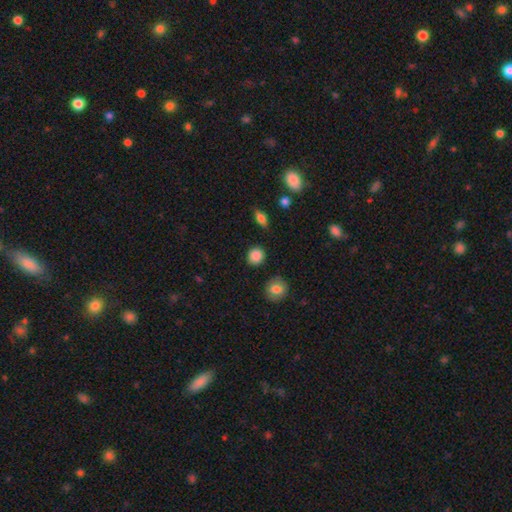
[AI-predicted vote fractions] Smooth or featured? smooth (86%)
How rounded? round (84%)
Merging? none (86%)